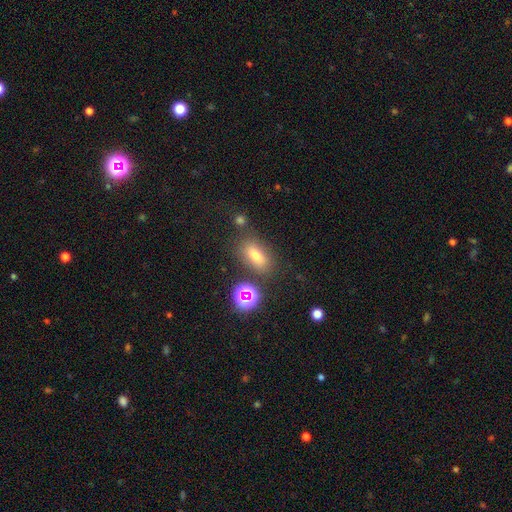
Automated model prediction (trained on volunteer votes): Q: Smooth or featured?
A: smooth (69%); runner-up: star or artifact (19%)
Q: How rounded?
A: in between (78%); runner-up: round (14%)
Q: Merging?
A: none (74%); runner-up: minor disturbance (13%)